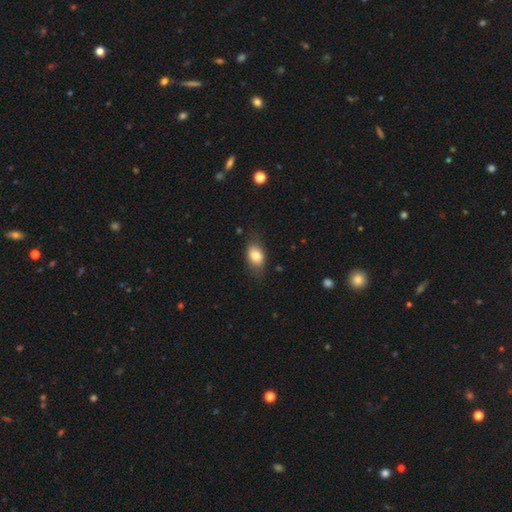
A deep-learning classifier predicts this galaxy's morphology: Smooth or featured?
  - smooth: 79% *
  - featured or disk: 14%
  - star or artifact: 8%
How rounded?
  - in between: 83% *
  - round: 15%
  - cigar-shaped: 2%
Merging?
  - none: 75% *
  - minor disturbance: 19%
  - major disturbance: 5%
  - merger: 1%